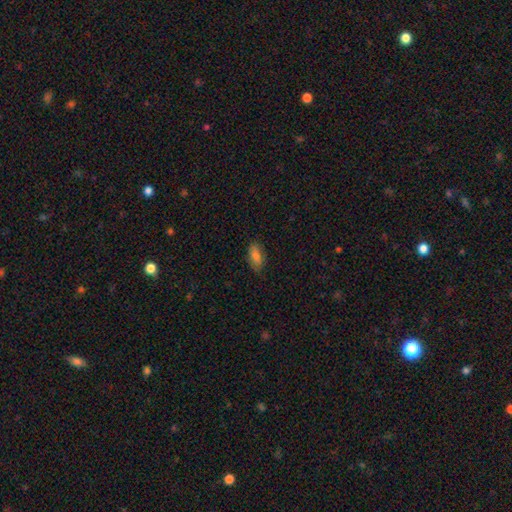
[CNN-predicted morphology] A smooth galaxy with no disk features (80%) that is in between round and cigar-shaped (87%). Merging: none (81%).